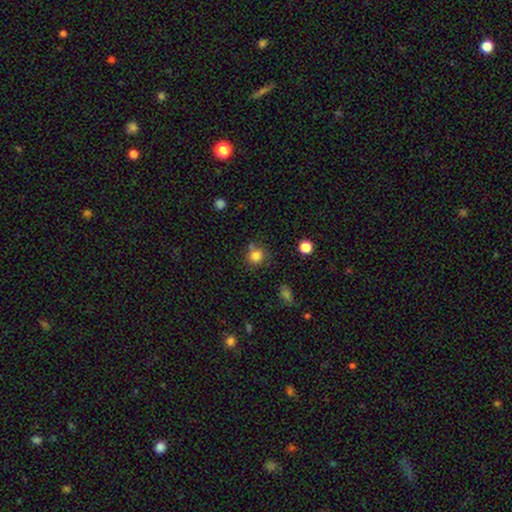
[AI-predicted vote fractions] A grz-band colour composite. It shows a smooth galaxy with no disk features (81%) that is round (88%). Merging: none (70%).